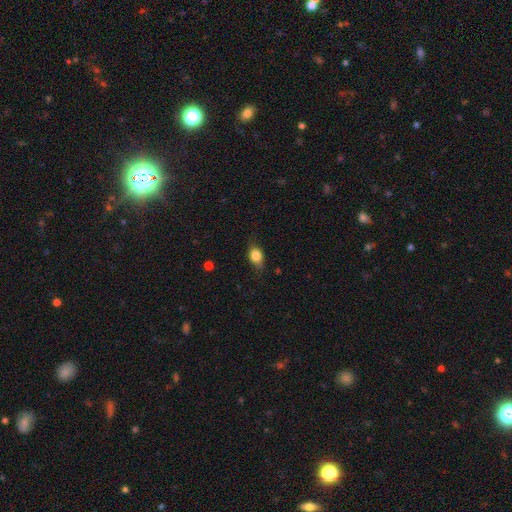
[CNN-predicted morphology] smooth-or-featured: smooth: 78% | featured or disk: 13% | star or artifact: 9%
  how-rounded: in between: 66% | round: 30% | cigar-shaped: 4%
  merging: none: 73% | minor disturbance: 21% | major disturbance: 5% | merger: 1%